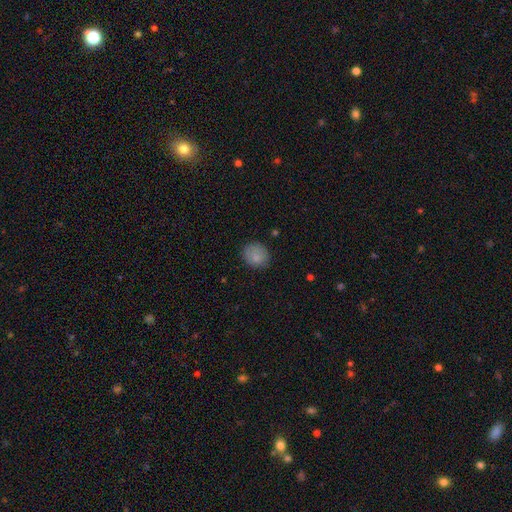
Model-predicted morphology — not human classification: This appears to be a smooth galaxy with no disk features (84%) that is round (70%). Merging: none (82%).